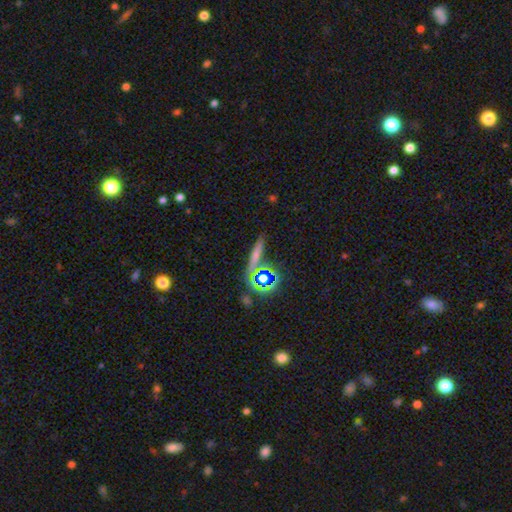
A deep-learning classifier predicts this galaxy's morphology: A smooth galaxy with no disk features (56%) that is cigar-shaped (77%). Merging: none (78%).